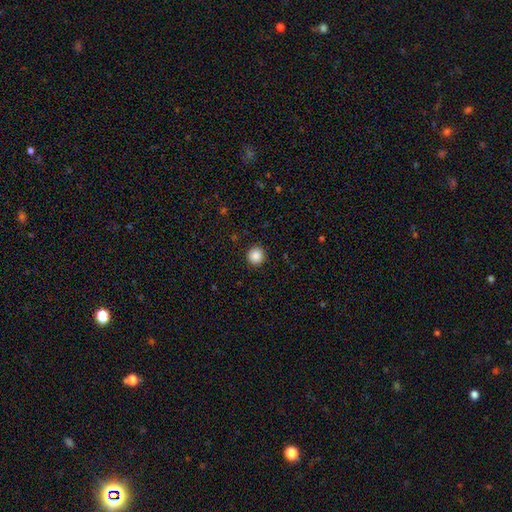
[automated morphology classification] type=smooth (88%); roundness=round (93%); merging=none (92%).